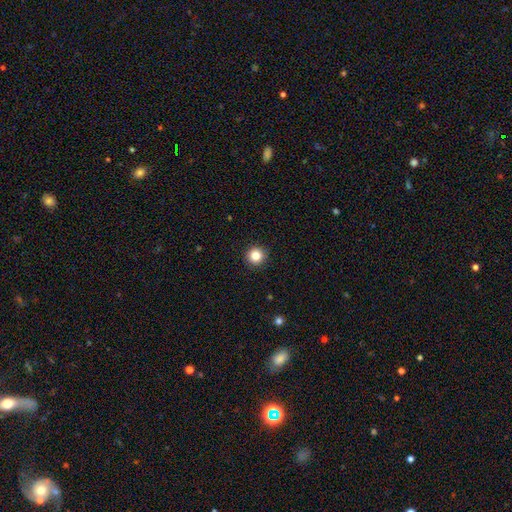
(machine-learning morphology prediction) This appears to be a smooth galaxy with no disk features (84%) that is round (96%). Merging: none (93%).